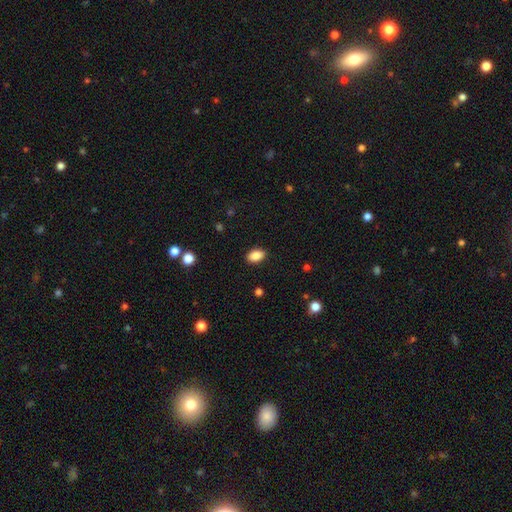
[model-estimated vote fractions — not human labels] smooth_or_featured: smooth (p=0.87) [alt: star or artifact p=0.08]
how_rounded: in between (p=0.89) [alt: round p=0.09]
merging: none (p=0.89) [alt: minor disturbance p=0.08]